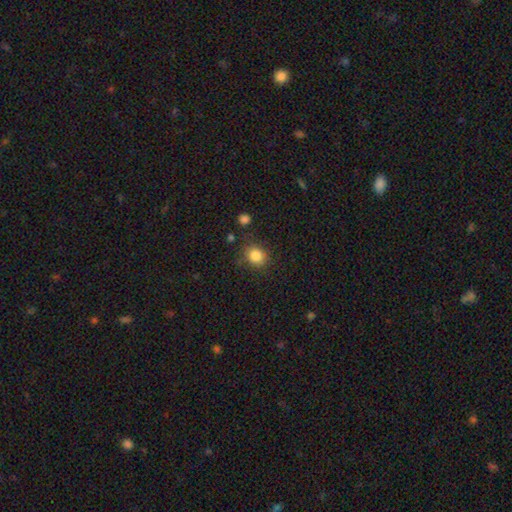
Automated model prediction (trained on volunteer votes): A smooth galaxy with no disk features (84%) that is round (73%).

Vote fractions:
- Smooth or featured? smooth: 84% / star or artifact: 11% / featured or disk: 5%
- How rounded? round: 73% / in between: 26% / cigar-shaped: 1%
- Merging? none: 79% / minor disturbance: 13% / major disturbance: 4% / merger: 3%